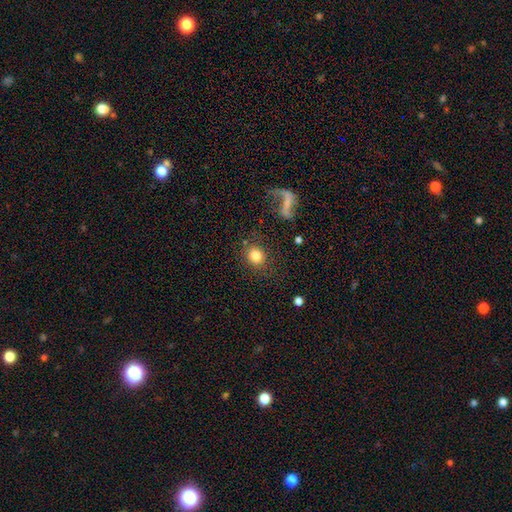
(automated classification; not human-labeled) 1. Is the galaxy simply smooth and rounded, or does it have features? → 82% smooth, 10% star or artifact, 8% featured or disk.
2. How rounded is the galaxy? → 80% round, 19% in between, 1% cigar-shaped.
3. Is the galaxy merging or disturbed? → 82% none, 9% minor disturbance, 5% major disturbance, 4% merger.